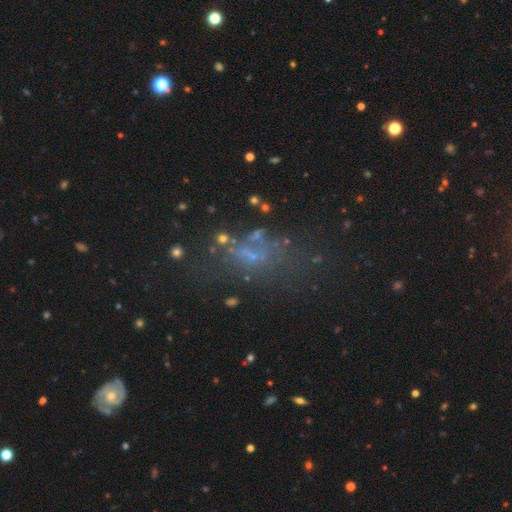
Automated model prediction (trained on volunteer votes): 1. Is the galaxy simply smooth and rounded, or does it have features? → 35% featured or disk, 34% star or artifact, 32% smooth.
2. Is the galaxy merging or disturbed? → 43% none, 26% major disturbance, 19% minor disturbance, 12% merger.